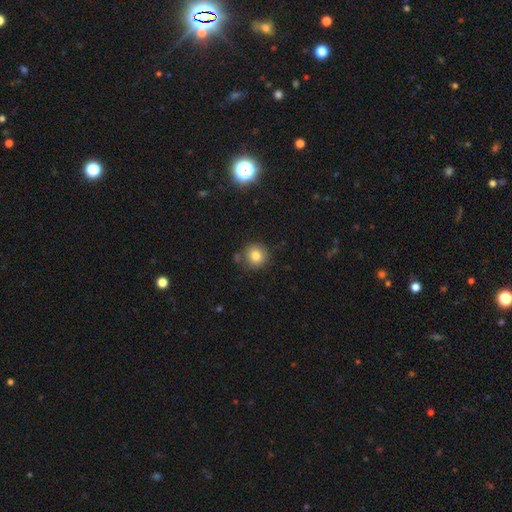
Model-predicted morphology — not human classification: smooth-or-featured: smooth: 80% | star or artifact: 12% | featured or disk: 8%
  how-rounded: round: 92% | in between: 7% | cigar-shaped: 1%
  merging: none: 78% | minor disturbance: 12% | merger: 6% | major disturbance: 3%